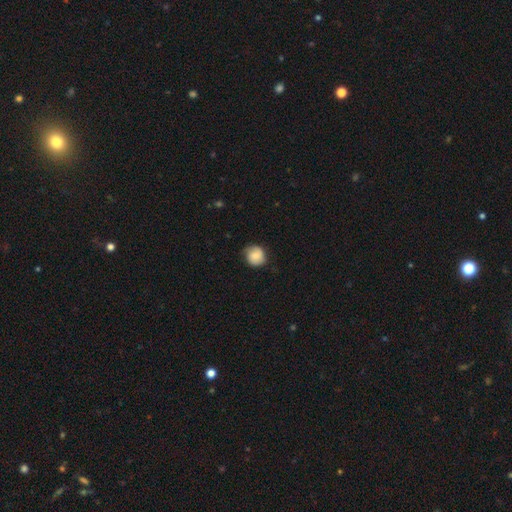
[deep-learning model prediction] A smooth galaxy with no disk features (77%) that is round (85%). Merging: none (71%).